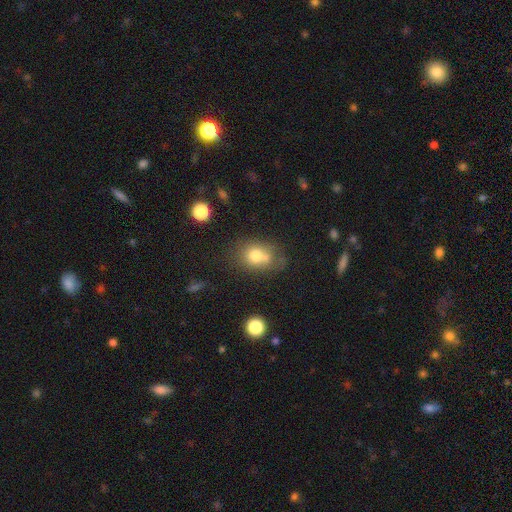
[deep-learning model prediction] smooth_or_featured: smooth (p=0.74) [alt: featured or disk p=0.15]
how_rounded: in between (p=0.54) [alt: round p=0.45]
merging: none (p=0.44) [alt: merger p=0.25]